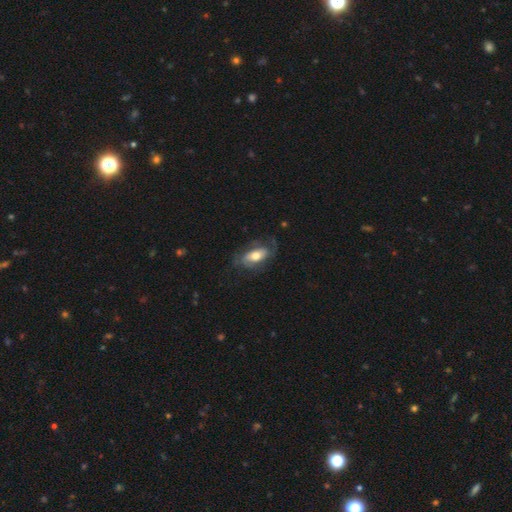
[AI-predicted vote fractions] Smooth or featured? Predicted: featured or disk (p=0.51). Edge-on disk? Predicted: no (p=0.88). Merging? Predicted: none (p=0.60).